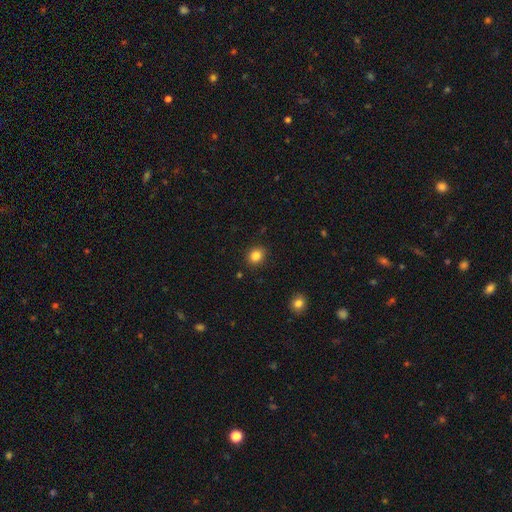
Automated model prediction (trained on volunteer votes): This appears to be a smooth galaxy with no disk features (84%) that is round (71%). Merging: none (89%).